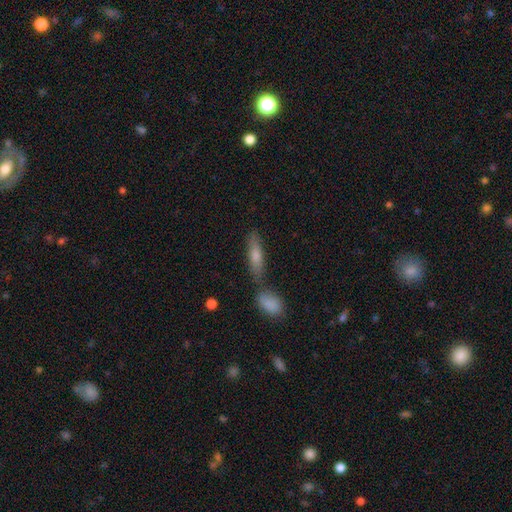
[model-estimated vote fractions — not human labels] smooth-or-featured: smooth: 64% | featured or disk: 28% | star or artifact: 8%
  how-rounded: cigar-shaped: 70% | in between: 27% | round: 3%
  merging: none: 66% | merger: 19% | minor disturbance: 12% | major disturbance: 4%